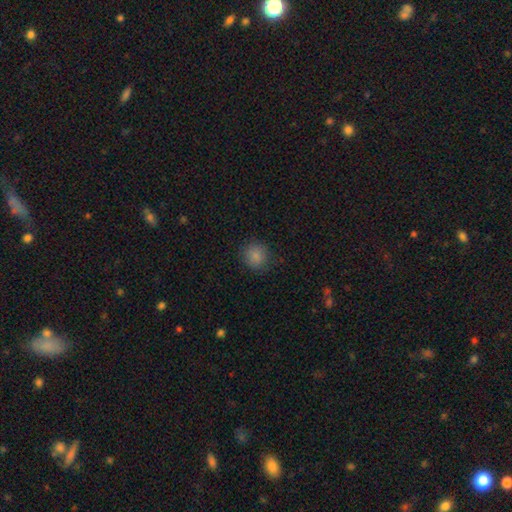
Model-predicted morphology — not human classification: type=smooth (86%); roundness=round (87%); merging=none (87%).